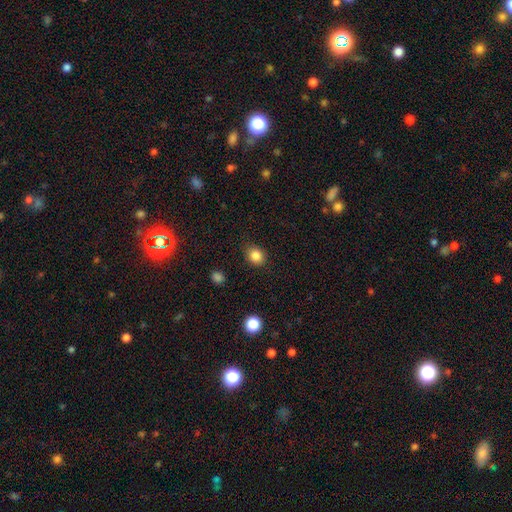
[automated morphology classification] Smooth or featured? Predicted: smooth (p=0.85). How rounded? Predicted: round (p=0.54). Merging? Predicted: none (p=0.86).